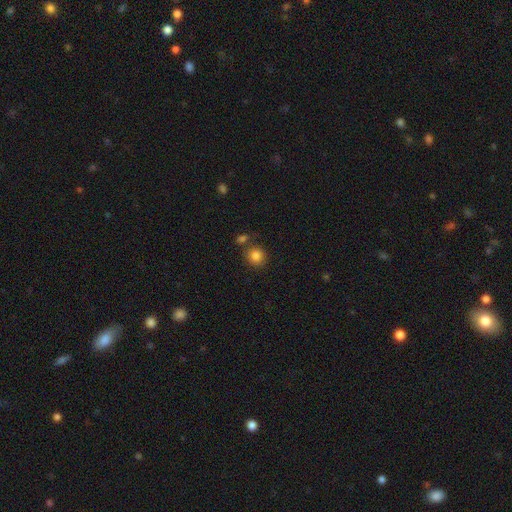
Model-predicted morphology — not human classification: Smooth or featured: smooth — 83% (star or artifact — 11%)
How rounded: round — 88% (in between — 11%)
Merging: none — 74% (merger — 13%)